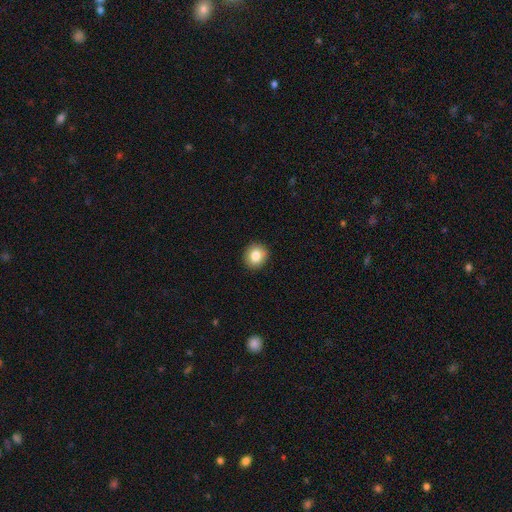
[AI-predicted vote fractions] Smooth or featured? Predicted: smooth (p=0.83). How rounded? Predicted: round (p=0.83). Merging? Predicted: none (p=0.91).